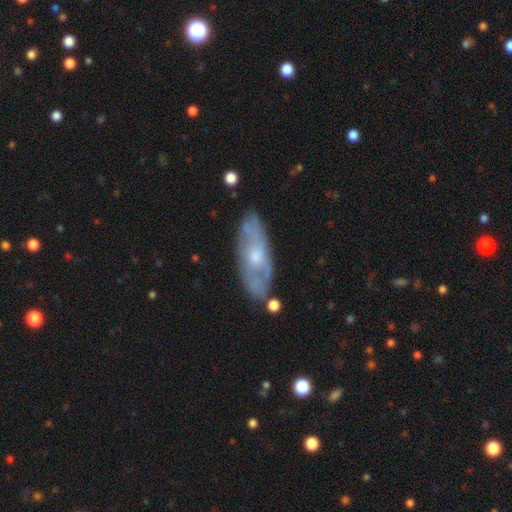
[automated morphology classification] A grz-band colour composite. It shows a featured or disk galaxy (58%). Merging: none (74%).